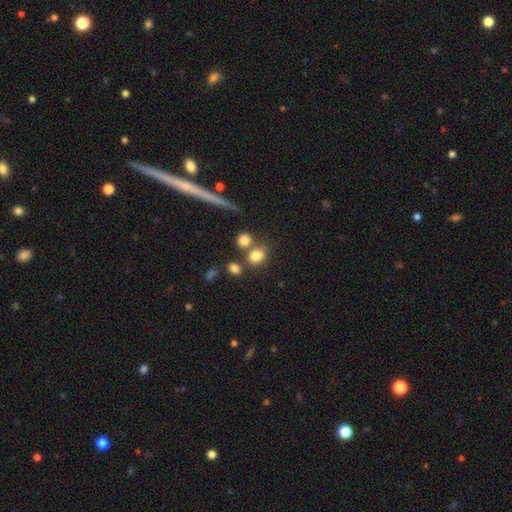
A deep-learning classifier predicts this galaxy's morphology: A smooth galaxy with no disk features (79%) that is in between round and cigar-shaped (49%, tied with round). Merging: none (55%).